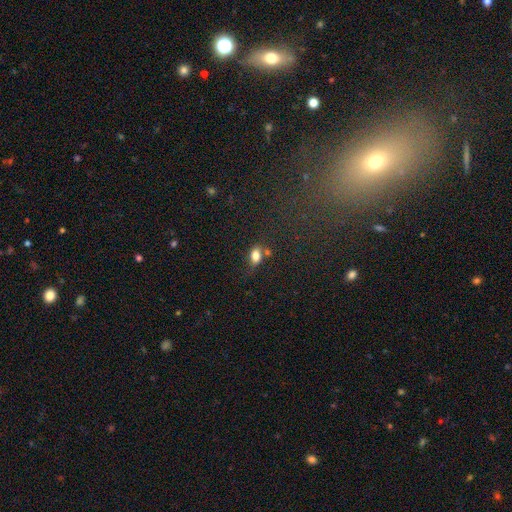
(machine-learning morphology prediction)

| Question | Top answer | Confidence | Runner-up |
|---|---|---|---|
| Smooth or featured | smooth | 81% | star or artifact (10%) |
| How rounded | in between | 85% | round (11%) |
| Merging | none | 55% | minor disturbance (22%) |